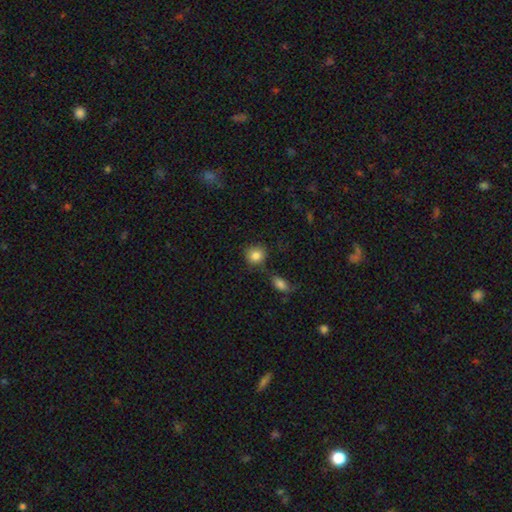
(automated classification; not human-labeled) smooth-or-featured: smooth: 85% | star or artifact: 9% | featured or disk: 6%
  how-rounded: round: 81% | in between: 18% | cigar-shaped: 1%
  merging: none: 71% | minor disturbance: 14% | merger: 11% | major disturbance: 4%